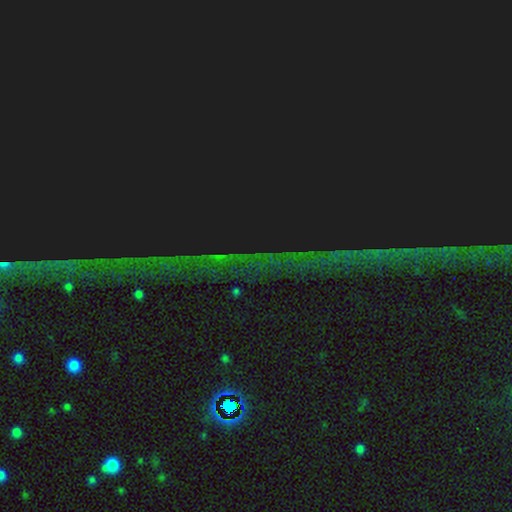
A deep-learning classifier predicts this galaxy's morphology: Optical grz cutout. It shows a star or artifact, not a galaxy (85%).